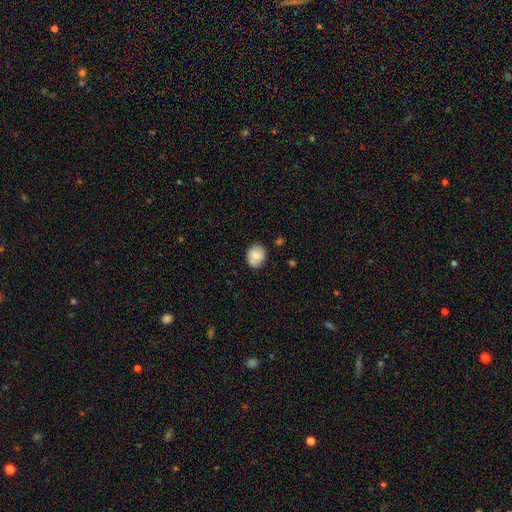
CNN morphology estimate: Smooth or featured: smooth — 69% (featured or disk — 23%)
How rounded: round — 59% (in between — 40%)
Merging: none — 77% (minor disturbance — 17%)